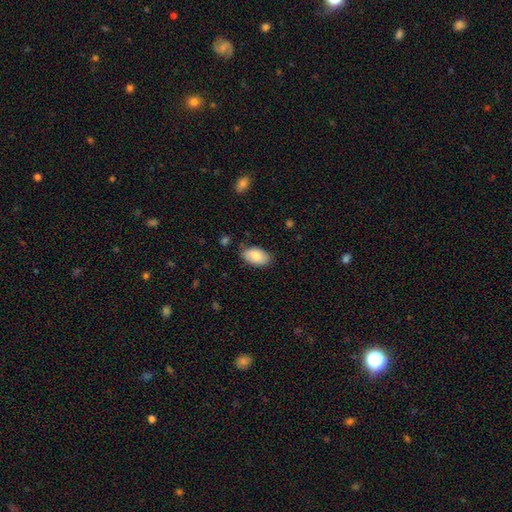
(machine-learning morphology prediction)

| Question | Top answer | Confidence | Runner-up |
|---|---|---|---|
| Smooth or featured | smooth | 81% | featured or disk (12%) |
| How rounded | in between | 94% | round (5%) |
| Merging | none | 80% | minor disturbance (16%) |